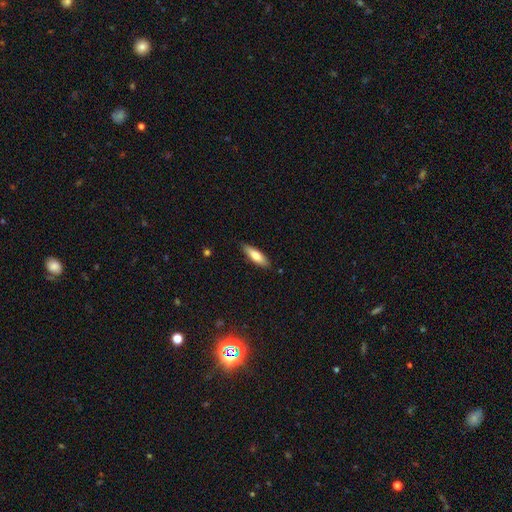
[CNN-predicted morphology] The model was most divided on "how rounded": cigar-shaped: 53%, in between: 45%, round: 2%. More confident: merging — none (86%); smooth or featured — smooth (69%).